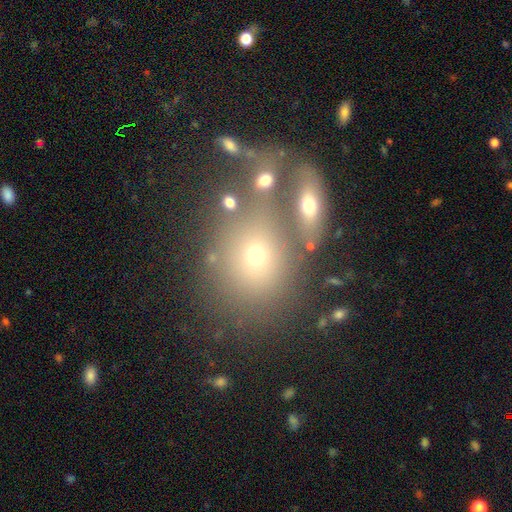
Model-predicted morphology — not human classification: Q: Smooth or featured?
A: smooth (61%); runner-up: featured or disk (20%)
Q: How rounded?
A: round (56%); runner-up: in between (42%)
Q: Merging?
A: none (51%); runner-up: merger (29%)